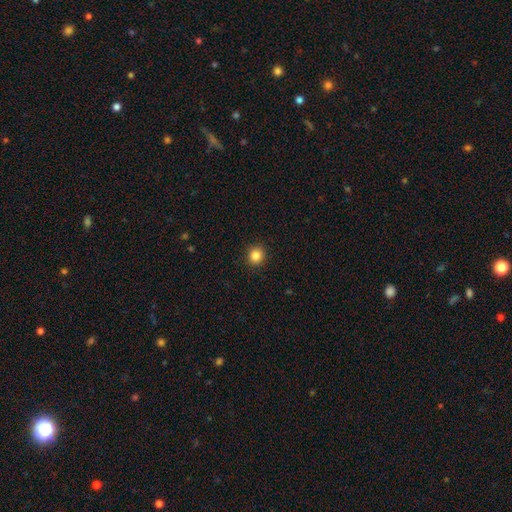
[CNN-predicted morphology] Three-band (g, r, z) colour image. It shows a smooth galaxy with no disk features (85%) that is round (92%). Merging: none (92%).